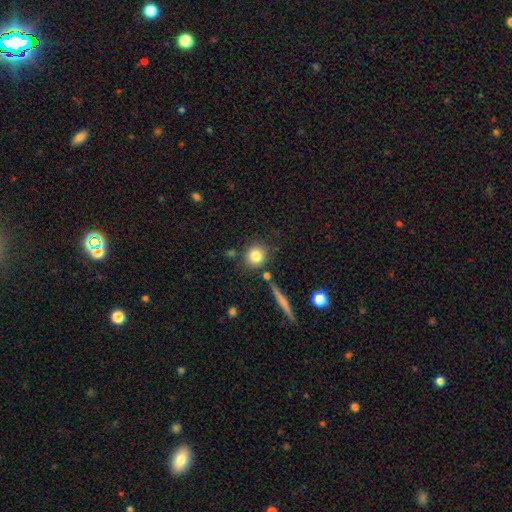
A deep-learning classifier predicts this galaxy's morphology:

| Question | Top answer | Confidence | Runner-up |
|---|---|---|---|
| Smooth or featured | smooth | 81% | star or artifact (10%) |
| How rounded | round | 91% | in between (8%) |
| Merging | none | 81% | minor disturbance (9%) |